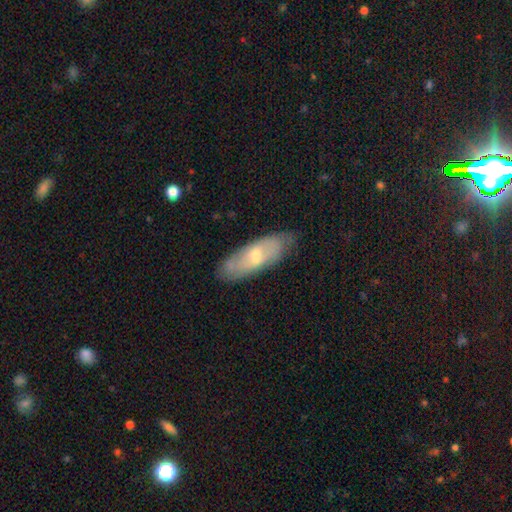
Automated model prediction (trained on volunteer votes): featured or disk 49%, smooth 45%, star or artifact 6%. Down the decision tree: merging — none (79%).